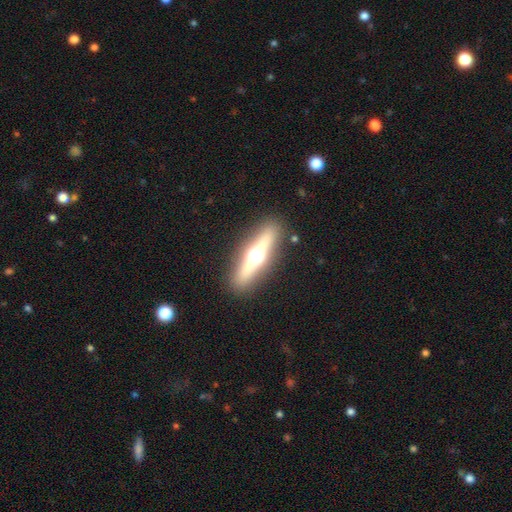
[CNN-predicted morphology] The model was most divided on "smooth or featured": featured or disk: 65%, smooth: 26%, star or artifact: 9%. More confident: edge-on bulge — rounded (96%); edge-on disk — yes (92%); merging — none (88%).